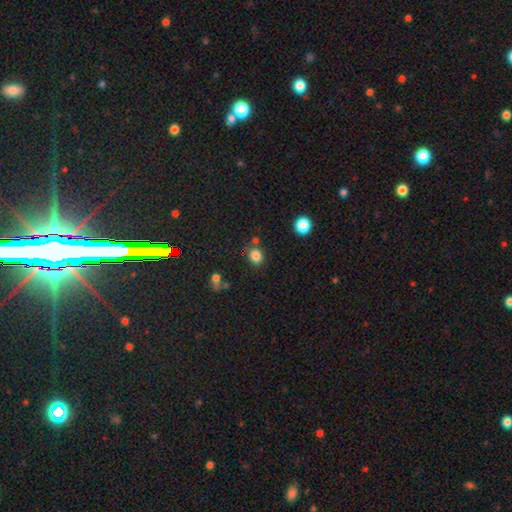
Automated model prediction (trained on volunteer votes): Morphology: type=smooth (83%); roundness=round (61%); merging=none (75%).